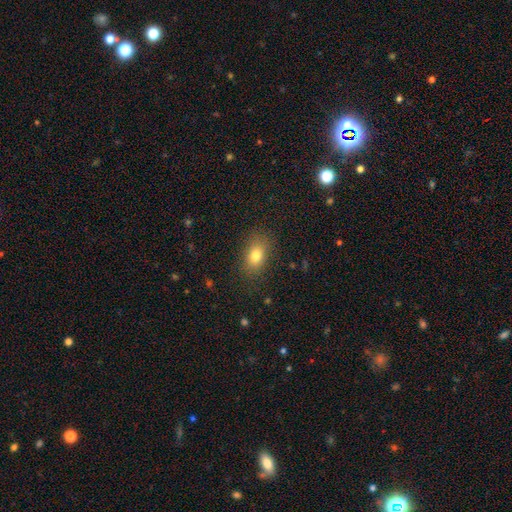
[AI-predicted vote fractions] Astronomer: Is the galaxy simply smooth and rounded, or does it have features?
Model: smooth — 79%.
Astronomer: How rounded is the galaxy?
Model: in between — 79%.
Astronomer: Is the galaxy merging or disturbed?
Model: none — 85%.